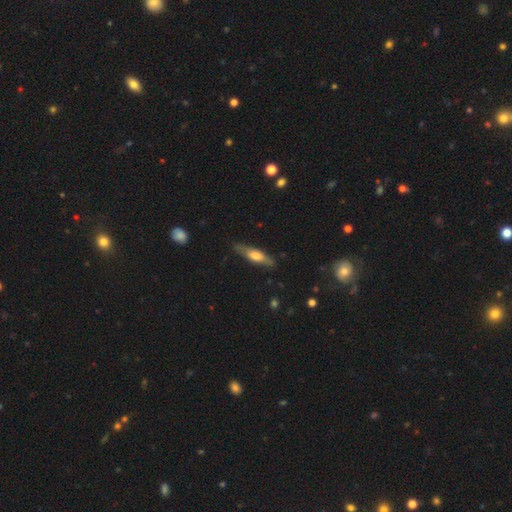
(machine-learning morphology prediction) A featured or disk galaxy (50%) viewed edge-on (87%). Merging: none (81%).